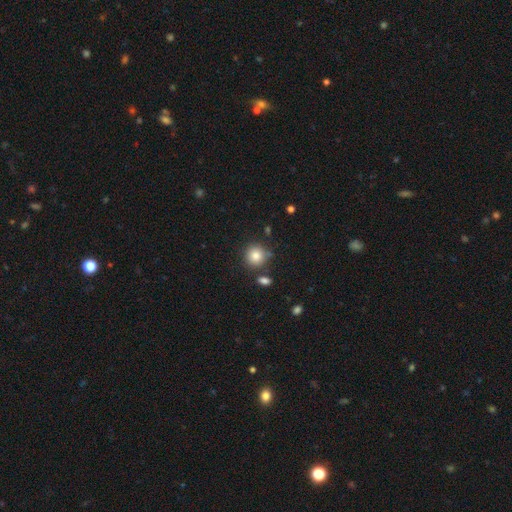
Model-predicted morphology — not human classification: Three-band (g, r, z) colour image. It shows a smooth galaxy with no disk features (83%) that is round (90%). Merging: none (78%).